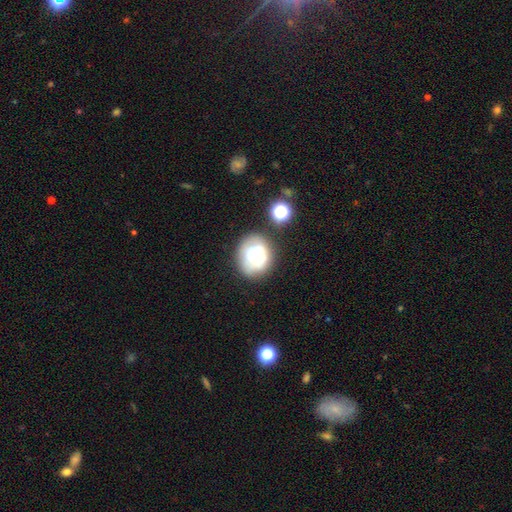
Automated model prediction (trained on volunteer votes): smooth 53%, featured or disk 36%, star or artifact 11%. Down the decision tree: how rounded — round (68%); merging — none (59%).